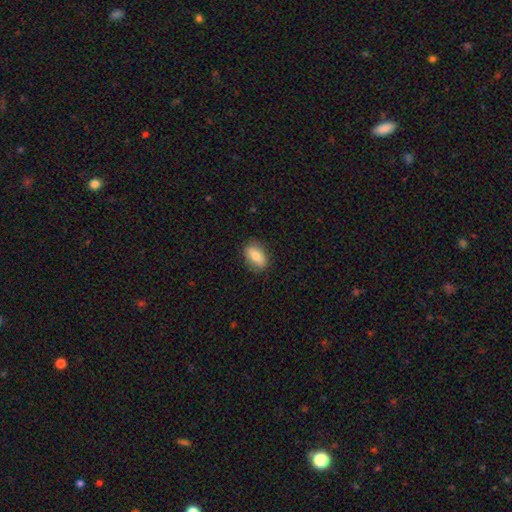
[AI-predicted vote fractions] This is likely a smooth galaxy (78%). How rounded: clearly in between (88%). Merging: clearly none (83%).